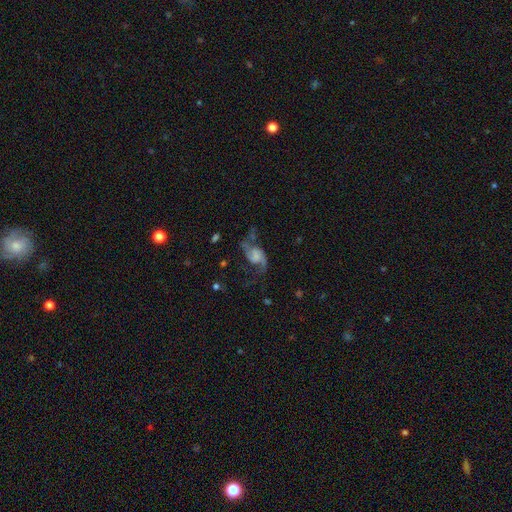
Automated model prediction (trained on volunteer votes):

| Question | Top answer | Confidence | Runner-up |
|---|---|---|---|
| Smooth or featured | featured or disk | 82% | smooth (11%) |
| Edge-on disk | no | 97% | yes (3%) |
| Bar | no | 56% | weak (35%) |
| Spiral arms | yes | 94% | no (6%) |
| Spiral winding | loose | 67% | medium (28%) |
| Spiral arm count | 2 | 91% | 1 (4%) |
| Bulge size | none | 39% | small (29%) |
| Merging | none | 54% | major disturbance (23%) |